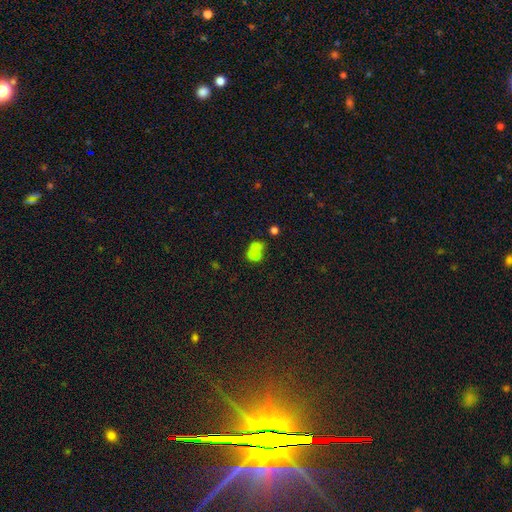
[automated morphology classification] This appears to be a smooth galaxy with no disk features (68%) that is in between round and cigar-shaped (59%). Merging: merger (63%).